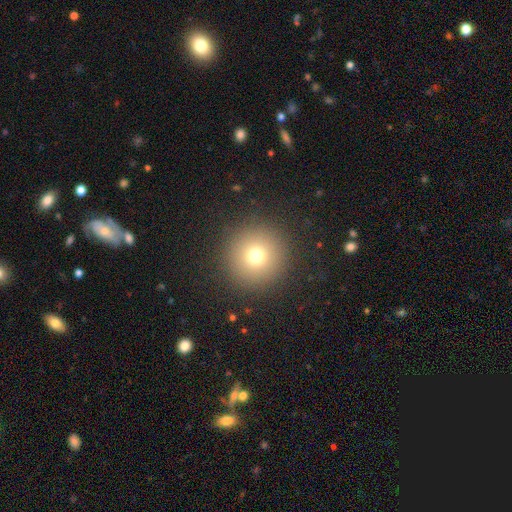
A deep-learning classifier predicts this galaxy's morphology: Q: Smooth or featured?
A: smooth (74%); runner-up: star or artifact (16%)
Q: How rounded?
A: round (96%); runner-up: in between (3%)
Q: Merging?
A: none (91%); runner-up: minor disturbance (5%)